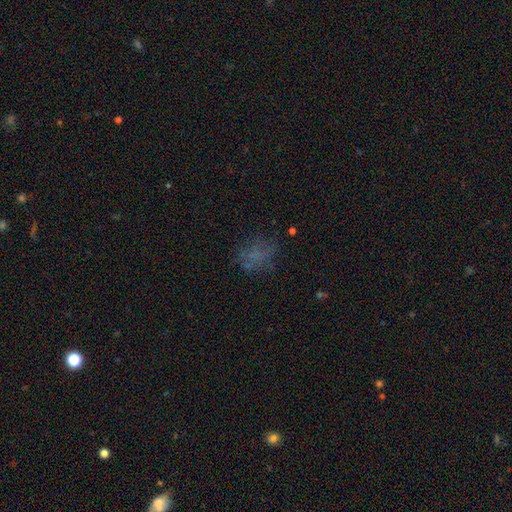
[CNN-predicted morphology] smooth-or-featured: smooth: 50% | star or artifact: 25% | featured or disk: 25%
  merging: none: 60% | major disturbance: 19% | minor disturbance: 18% | merger: 3%